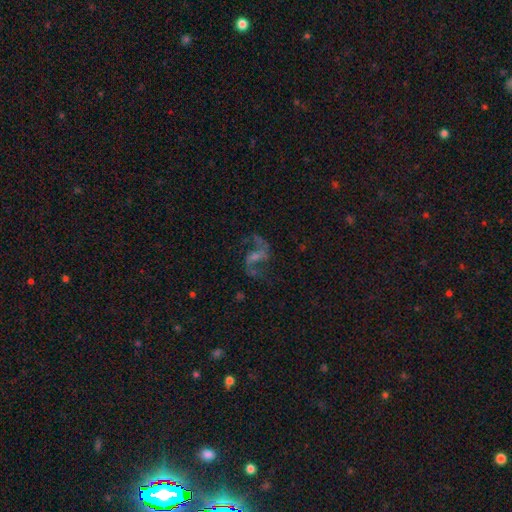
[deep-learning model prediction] This appears to be a featured or disk galaxy (81%) with a weak bar (47%), 2 (91%) loose (69%) spiral arms (93%) and a small central bulge (40%). Merging: none (66%).